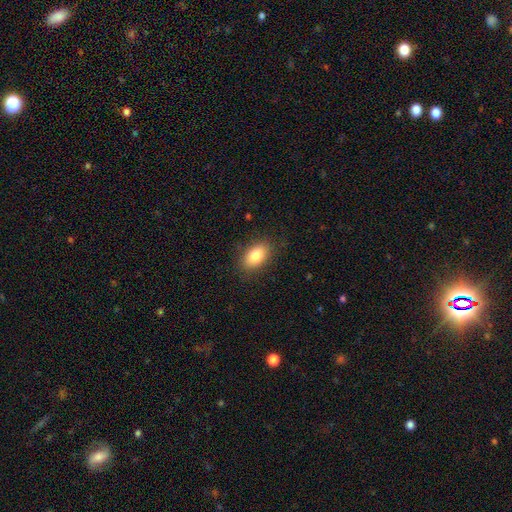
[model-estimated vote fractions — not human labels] smooth-or-featured: smooth: 83% | featured or disk: 9% | star or artifact: 8%
  how-rounded: in between: 90% | round: 8% | cigar-shaped: 2%
  merging: none: 86% | minor disturbance: 11% | major disturbance: 3% | merger: 1%